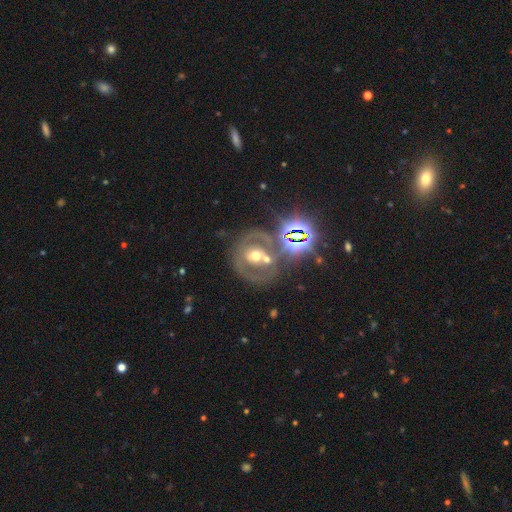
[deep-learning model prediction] Smooth or featured? Predicted: featured or disk (p=0.58). Edge-on disk? Predicted: no (p=0.96). Bar? Predicted: no (p=0.63). Spiral arms? Predicted: no (p=0.54). Bulge size? Predicted: moderate (p=0.69). Merging? Predicted: none (p=0.46).